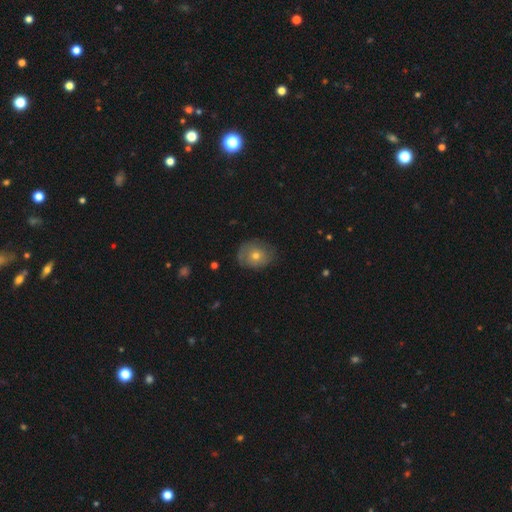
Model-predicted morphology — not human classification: The model was most divided on "how rounded": round: 59%, in between: 40%, cigar-shaped: 1%. More confident: merging — none (74%); smooth or featured — smooth (55%).